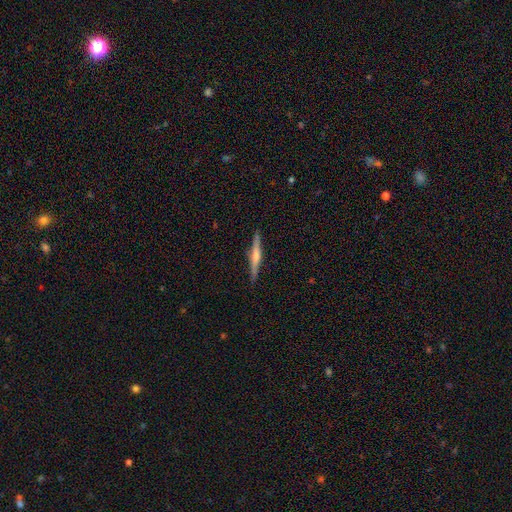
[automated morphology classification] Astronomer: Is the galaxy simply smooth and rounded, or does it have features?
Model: featured or disk — 66%.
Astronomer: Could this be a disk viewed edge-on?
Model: yes — 98%.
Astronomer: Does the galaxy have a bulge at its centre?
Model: rounded — 75%.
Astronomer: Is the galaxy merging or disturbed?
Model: none — 91%.